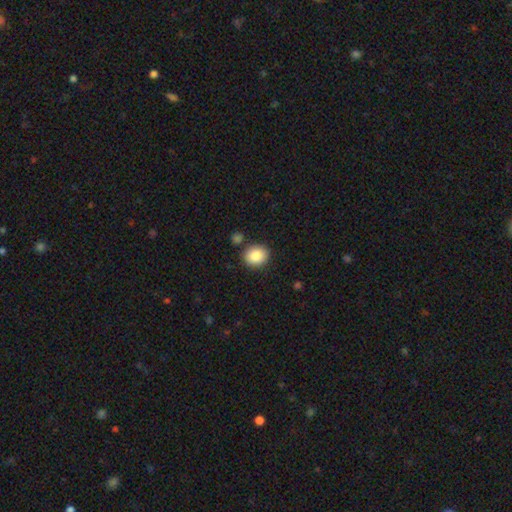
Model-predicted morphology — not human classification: A smooth galaxy with no disk features (86%) that is round (70%). Merging: none (84%).